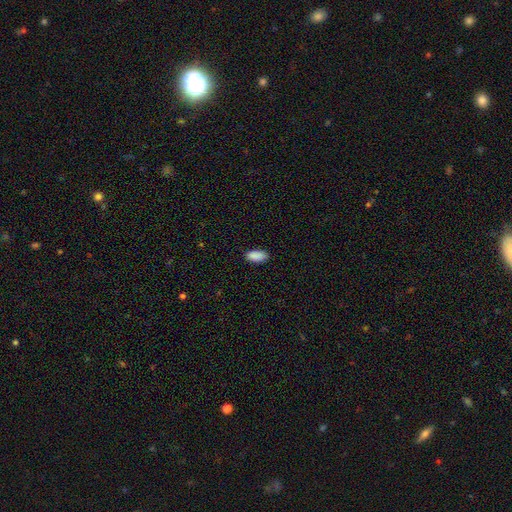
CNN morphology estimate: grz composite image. It shows a smooth galaxy with no disk features (90%) that is in between round and cigar-shaped (91%). Merging: none (87%).